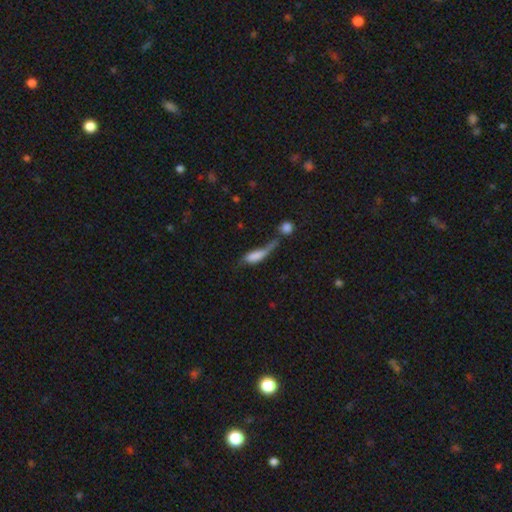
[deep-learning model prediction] This is likely a smooth galaxy (69%). How rounded: possibly in between (55%). Merging: marginally major disturbance (32%).